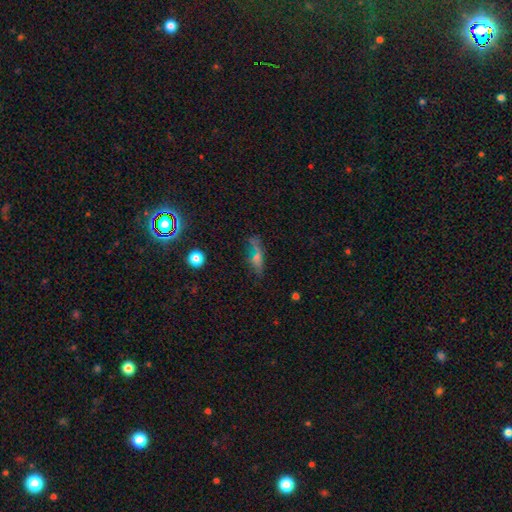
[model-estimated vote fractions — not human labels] Morphology: type=smooth (53%); roundness=in between (54%); merging=none (64%).